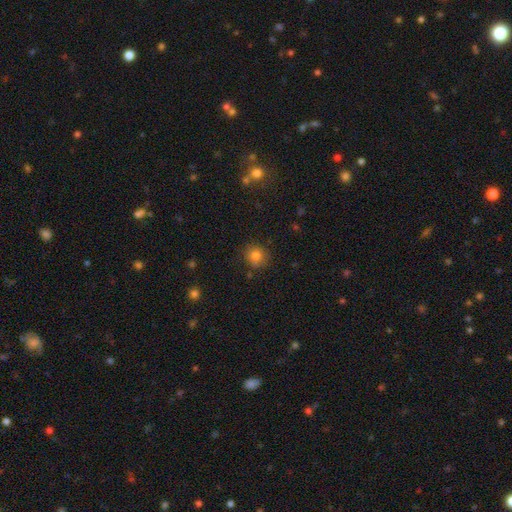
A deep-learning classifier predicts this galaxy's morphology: smooth 80%, star or artifact 13%, featured or disk 8%. Down the decision tree: how rounded — round (85%); merging — none (82%).